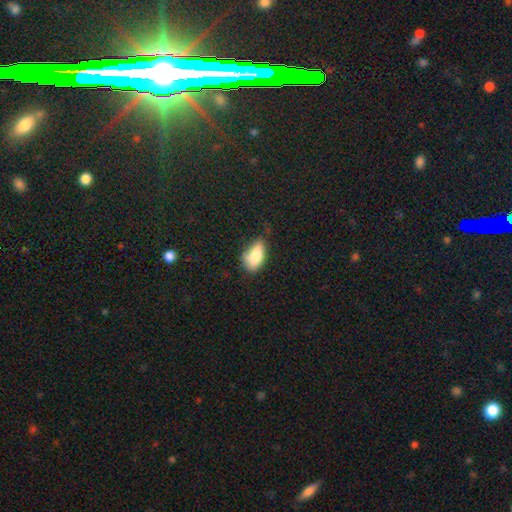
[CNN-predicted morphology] Overall: smooth (79%). How rounded: in between (89%). Merging: none (46%; minor disturbance 38%).